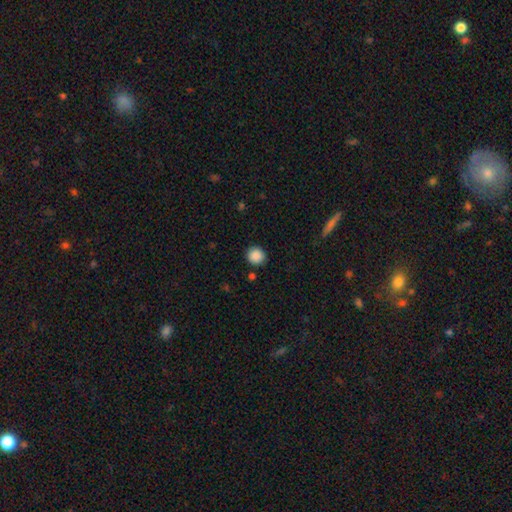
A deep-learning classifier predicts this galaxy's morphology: A smooth galaxy with no disk features (89%) that is round (89%). Merging: none (89%).